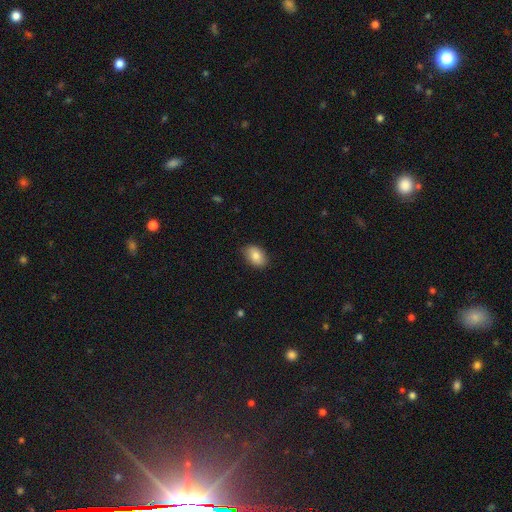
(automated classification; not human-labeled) Smooth or featured? Predicted: smooth (p=0.82). How rounded? Predicted: in between (p=0.85). Merging? Predicted: none (p=0.84).